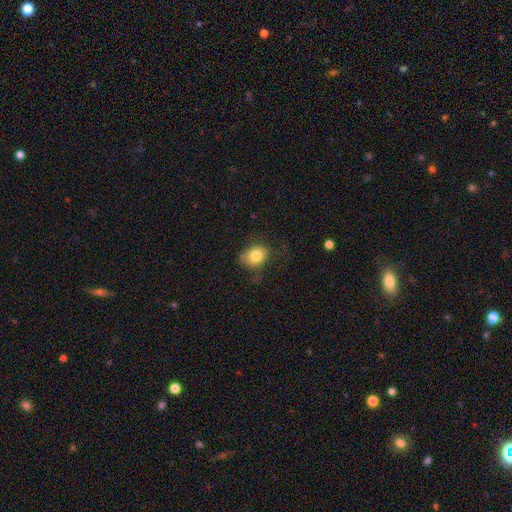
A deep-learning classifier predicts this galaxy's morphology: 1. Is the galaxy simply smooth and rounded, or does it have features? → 80% smooth, 11% featured or disk, 10% star or artifact.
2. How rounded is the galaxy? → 52% in between, 47% round, 1% cigar-shaped.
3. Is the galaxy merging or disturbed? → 59% none, 26% minor disturbance, 13% major disturbance, 2% merger.